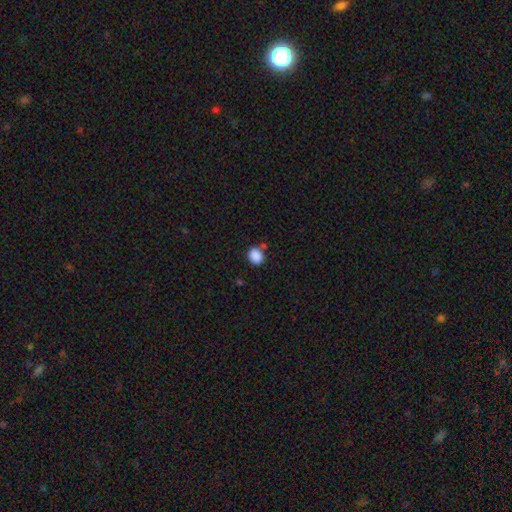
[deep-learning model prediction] smooth-or-featured: smooth: 88% | star or artifact: 9% | featured or disk: 3%
  how-rounded: round: 55% | in between: 44% | cigar-shaped: 1%
  merging: none: 73% | minor disturbance: 14% | merger: 9% | major disturbance: 4%